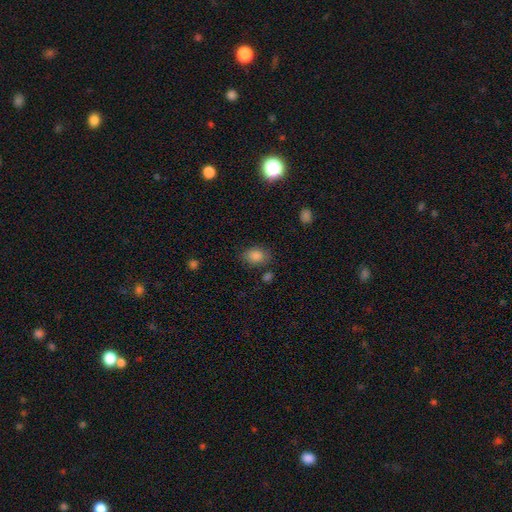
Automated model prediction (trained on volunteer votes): This is likely a smooth galaxy (80%). How rounded: likely in between (66%). Merging: likely none (80%).